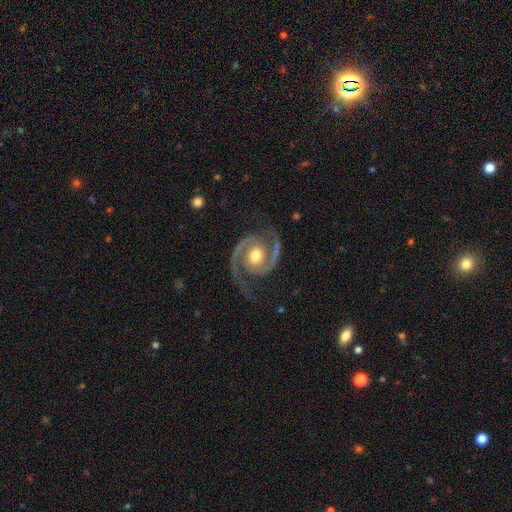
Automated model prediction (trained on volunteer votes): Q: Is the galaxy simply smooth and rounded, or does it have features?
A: featured or disk — 94%.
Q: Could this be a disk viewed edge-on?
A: no — 98%.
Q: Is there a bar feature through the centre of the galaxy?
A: no — 64%.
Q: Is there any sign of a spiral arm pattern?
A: yes — 99%.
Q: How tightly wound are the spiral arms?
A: medium — 54%.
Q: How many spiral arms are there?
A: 2 — 94%.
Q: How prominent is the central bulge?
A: moderate — 75%.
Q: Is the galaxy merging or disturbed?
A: none — 78%.